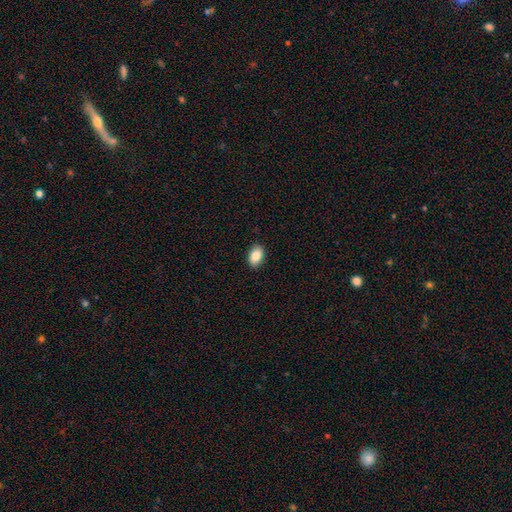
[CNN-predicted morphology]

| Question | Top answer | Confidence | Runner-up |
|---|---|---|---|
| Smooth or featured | smooth | 85% | featured or disk (7%) |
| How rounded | in between | 89% | round (9%) |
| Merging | none | 89% | minor disturbance (8%) |